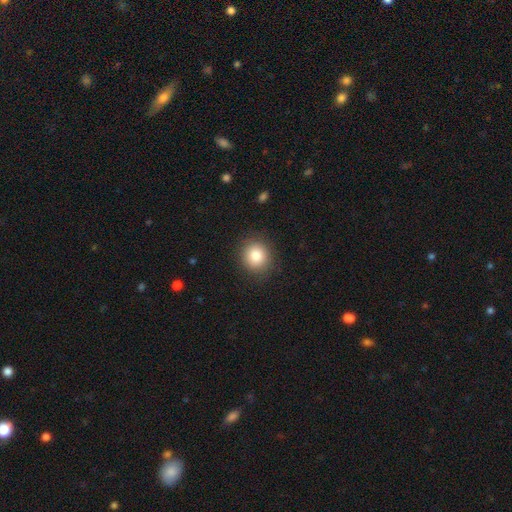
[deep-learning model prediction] This is clearly a smooth galaxy (83%). How rounded: clearly round (83%). Merging: clearly none (88%).